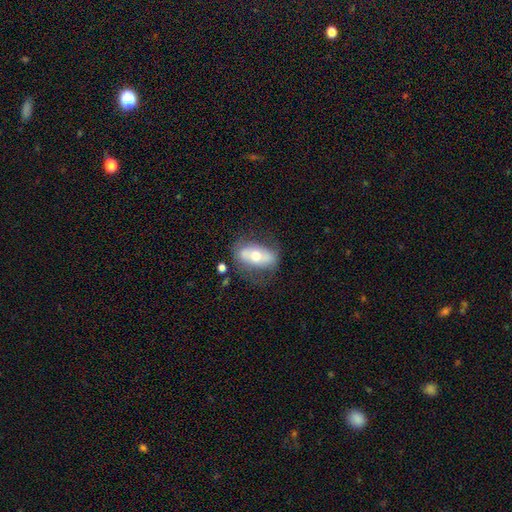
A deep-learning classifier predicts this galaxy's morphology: This is possibly a smooth galaxy (49%). Merging: likely none (62%).